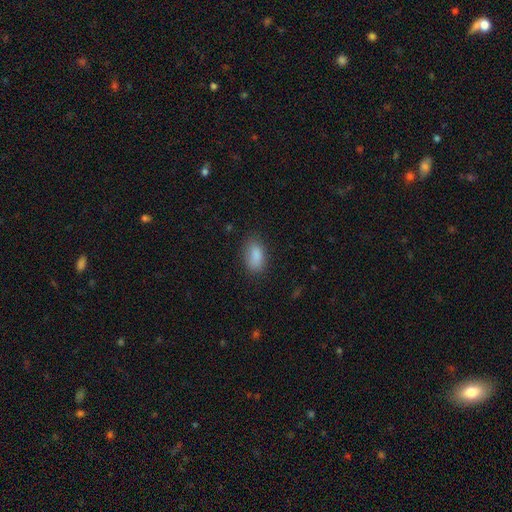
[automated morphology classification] The model was most divided on "merging": none: 78%, minor disturbance: 17%, major disturbance: 4%, merger: 1%. More confident: how rounded — in between (90%); smooth or featured — smooth (87%).